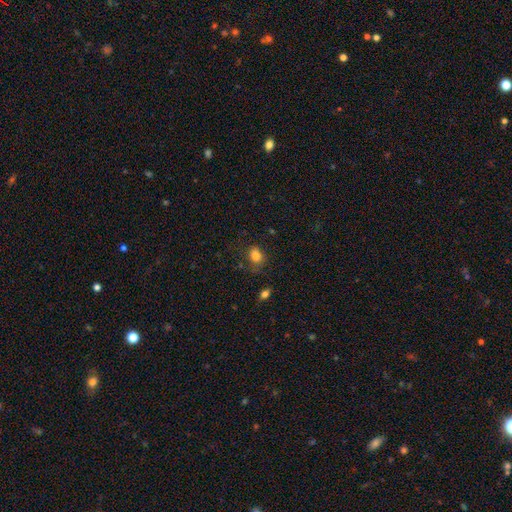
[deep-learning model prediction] Smooth or featured? Predicted: smooth (p=0.82). How rounded? Predicted: in between (p=0.53). Merging? Predicted: none (p=0.67).